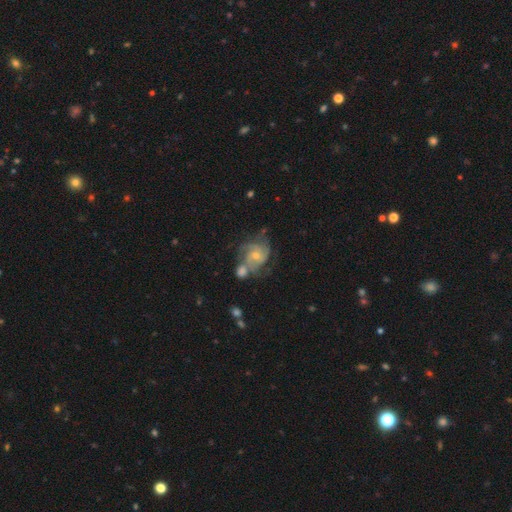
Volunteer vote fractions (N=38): Smooth or featured: featured or disk — 71% (smooth — 21%)
Edge-on disk: no — 96% (yes — 4%)
Bar: no — 65% (weak — 27%)
Spiral arms: yes — 96% (no — 4%)
Spiral winding: tight — 56% (medium — 24%)
Spiral arm count: 3 — 44% (2 — 32%)
Bulge size: moderate — 58% (small — 42%)
Merging: none — 57% (minor disturbance — 20%)